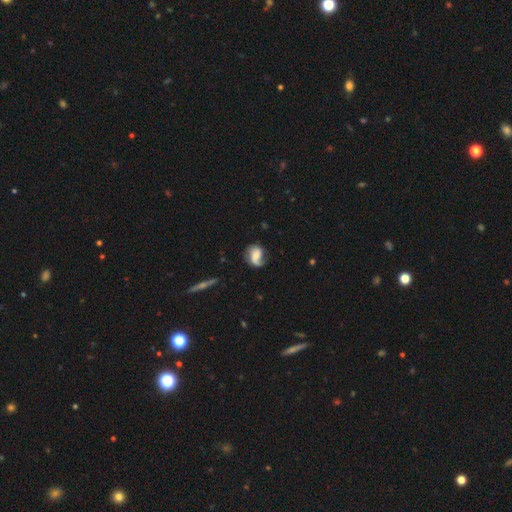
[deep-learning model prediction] Smooth or featured? featured or disk (67%)
Edge-on disk? no (97%)
Bar? no (49%)
Spiral arms? yes (93%)
Spiral winding? loose (40%, tied with medium)
Spiral arm count? 2 (57%)
Bulge size? moderate (36%)
Merging? none (60%)